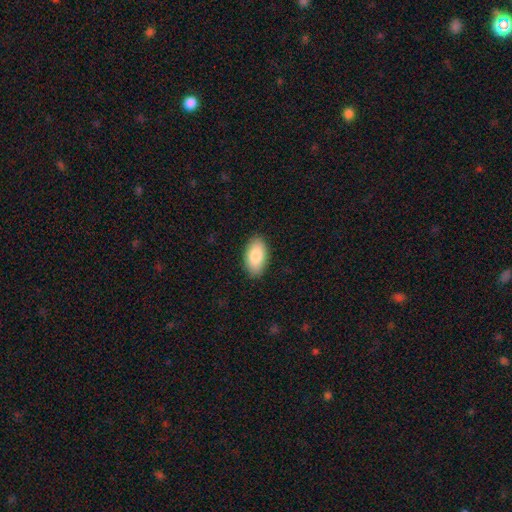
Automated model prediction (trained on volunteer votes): smooth-or-featured: smooth: 85% | featured or disk: 9% | star or artifact: 6%
  how-rounded: in between: 95% | round: 3% | cigar-shaped: 2%
  merging: none: 88% | minor disturbance: 9% | major disturbance: 2% | merger: 1%